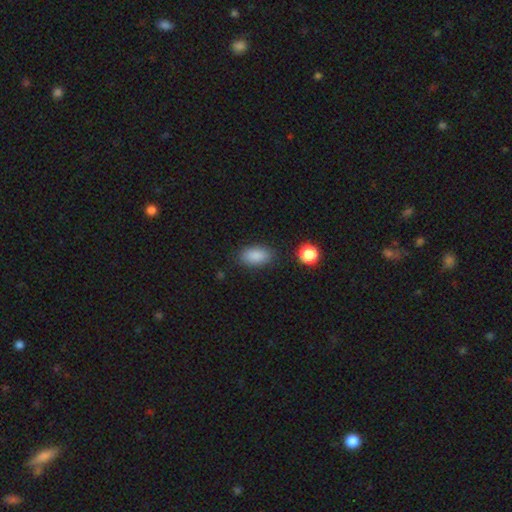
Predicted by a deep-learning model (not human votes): Morphology: type=smooth (88%); roundness=in between (91%); merging=none (83%).